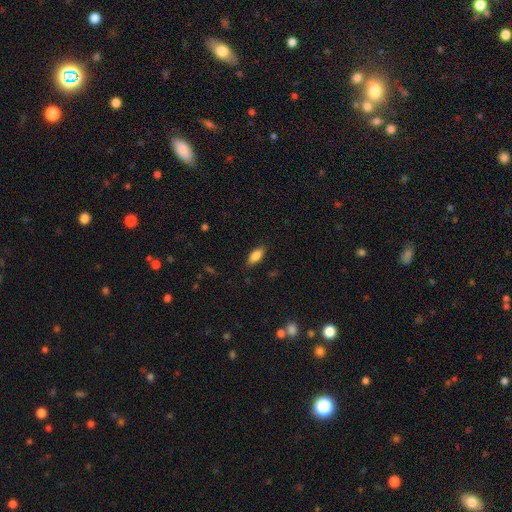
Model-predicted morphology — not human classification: This is clearly a smooth galaxy (83%). How rounded: clearly in between (85%). Merging: clearly none (84%).